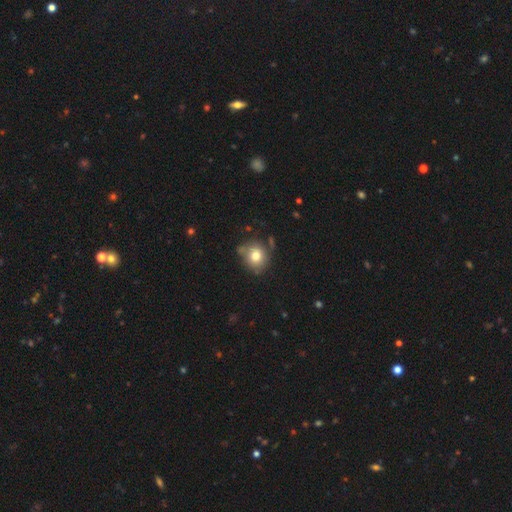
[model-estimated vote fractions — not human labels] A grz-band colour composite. It shows a smooth galaxy with no disk features (78%) that is round (77%). Merging: none (70%).